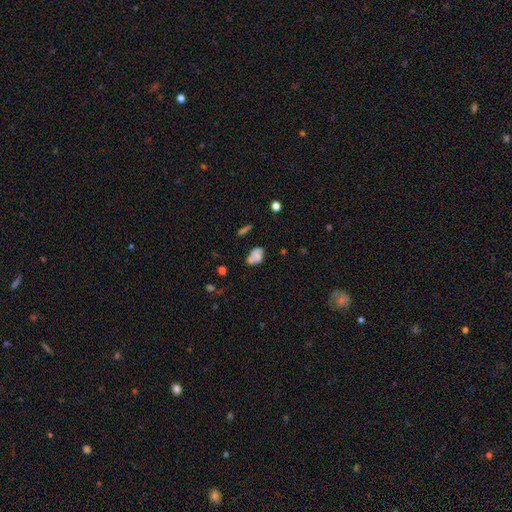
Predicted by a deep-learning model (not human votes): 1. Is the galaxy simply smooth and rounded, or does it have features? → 69% smooth, 20% featured or disk, 11% star or artifact.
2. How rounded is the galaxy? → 83% in between, 15% round, 2% cigar-shaped.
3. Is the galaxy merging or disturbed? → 49% none, 27% minor disturbance, 14% merger, 10% major disturbance.